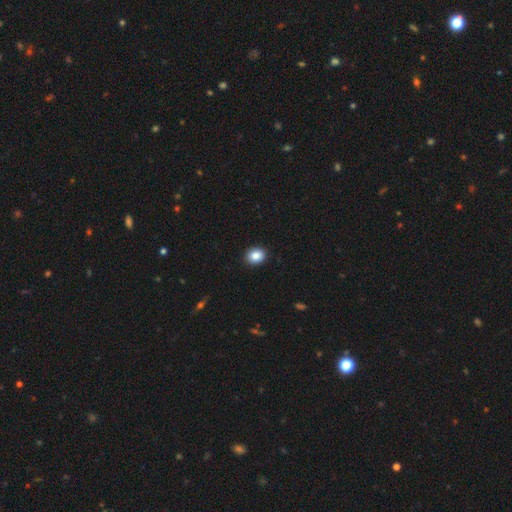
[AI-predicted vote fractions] Smooth or featured? smooth (87%)
How rounded? in between (53%)
Merging? none (91%)